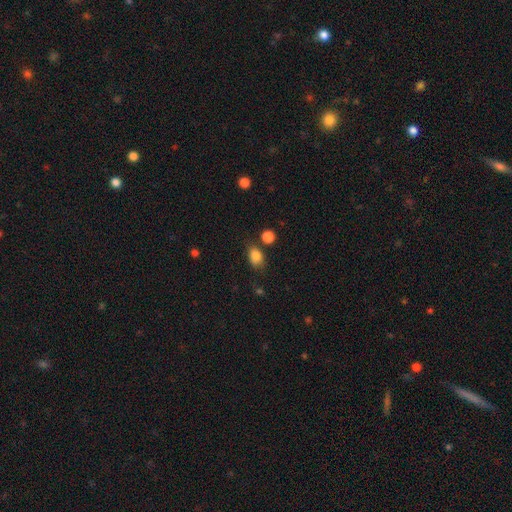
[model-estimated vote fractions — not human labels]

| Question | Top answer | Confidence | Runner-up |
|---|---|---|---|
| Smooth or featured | smooth | 84% | star or artifact (10%) |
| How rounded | in between | 73% | round (25%) |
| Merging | none | 68% | minor disturbance (20%) |